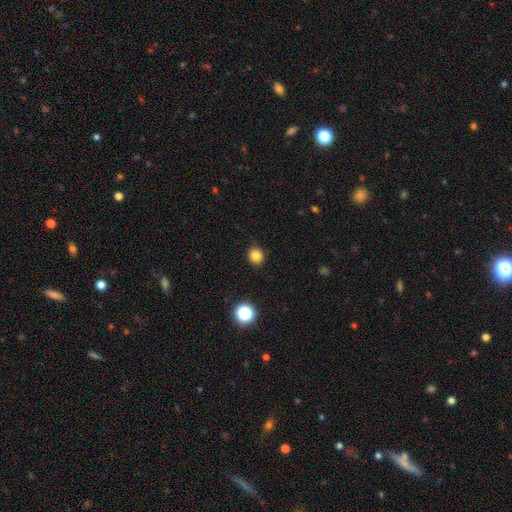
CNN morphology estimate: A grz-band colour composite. It shows a smooth galaxy with no disk features (82%) that is round (83%). Merging: none (88%).